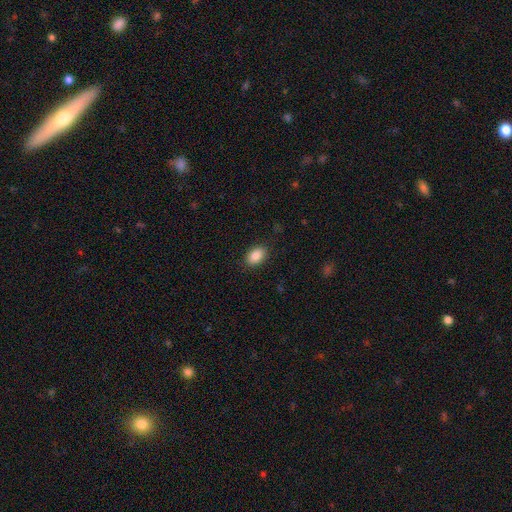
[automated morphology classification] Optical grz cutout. It shows a smooth galaxy with no disk features (87%) that is in between round and cigar-shaped (84%). Merging: none (88%).